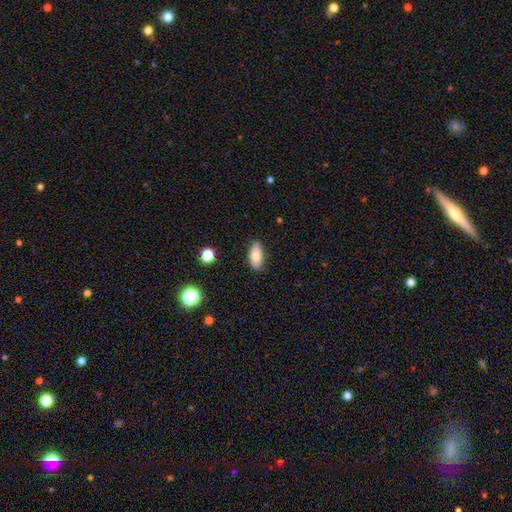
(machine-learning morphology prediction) type=smooth (79%); roundness=in between (90%); merging=none (85%).